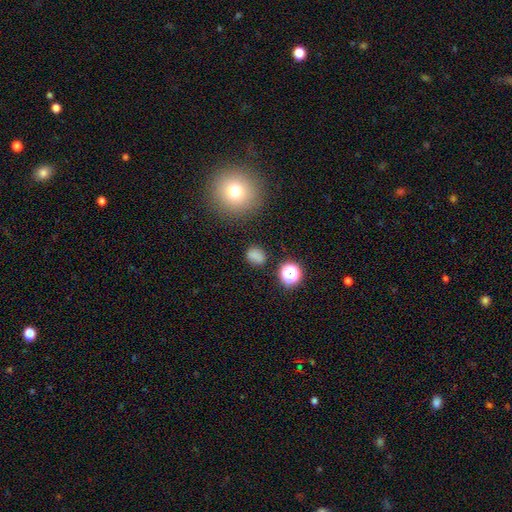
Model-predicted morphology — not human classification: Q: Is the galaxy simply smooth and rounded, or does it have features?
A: smooth — 76%.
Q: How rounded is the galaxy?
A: round — 52%.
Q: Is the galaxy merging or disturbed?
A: none — 78%.